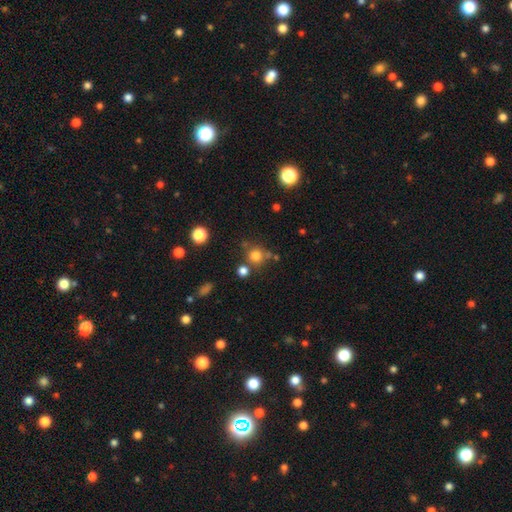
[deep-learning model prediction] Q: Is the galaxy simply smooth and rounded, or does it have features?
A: smooth — 76%.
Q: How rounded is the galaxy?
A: round — 92%.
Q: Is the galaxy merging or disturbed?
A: none — 71%.